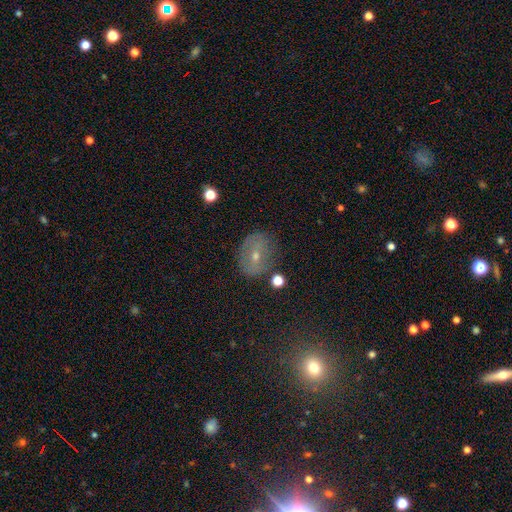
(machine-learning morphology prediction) featured or disk 49%, smooth 38%, star or artifact 13%. Down the decision tree: merging — none (72%).